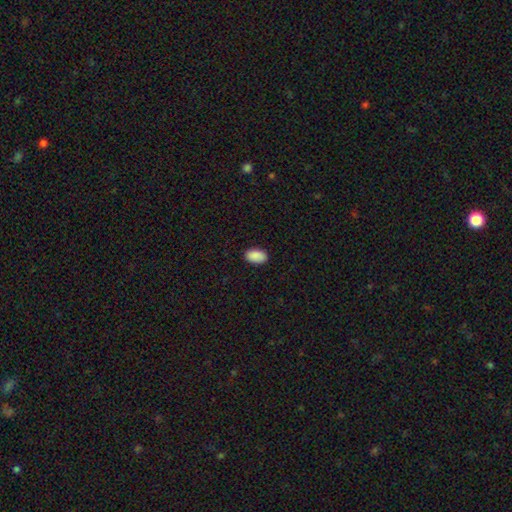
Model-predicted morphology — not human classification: smooth 90%, star or artifact 7%, featured or disk 3%. Down the decision tree: how rounded — in between (94%); merging — none (89%).